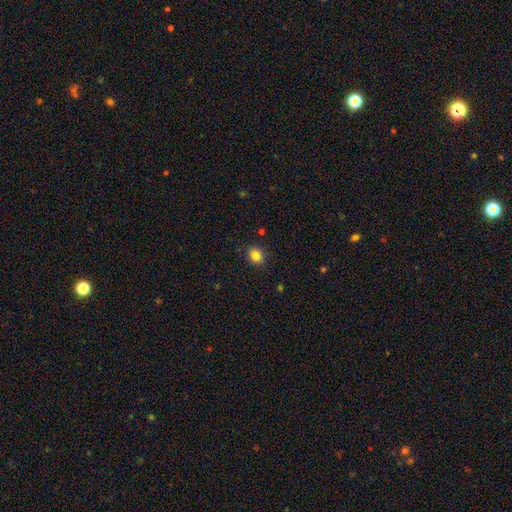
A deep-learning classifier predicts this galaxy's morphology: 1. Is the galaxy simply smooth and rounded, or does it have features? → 84% smooth, 11% star or artifact, 5% featured or disk.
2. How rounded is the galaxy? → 65% round, 34% in between, 1% cigar-shaped.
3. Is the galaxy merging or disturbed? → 88% none, 8% minor disturbance, 2% major disturbance, 1% merger.